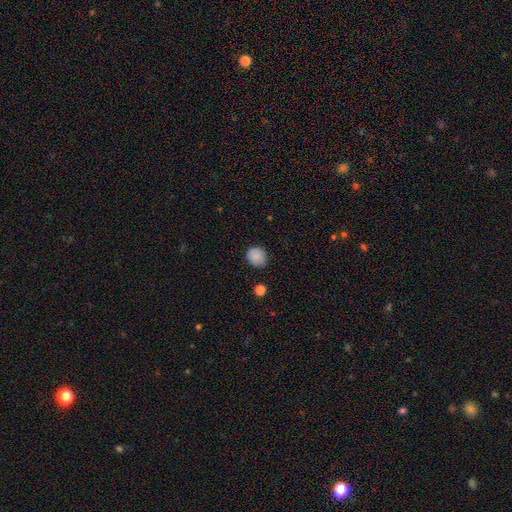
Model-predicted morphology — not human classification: type=smooth (87%); roundness=round (68%); merging=none (82%).